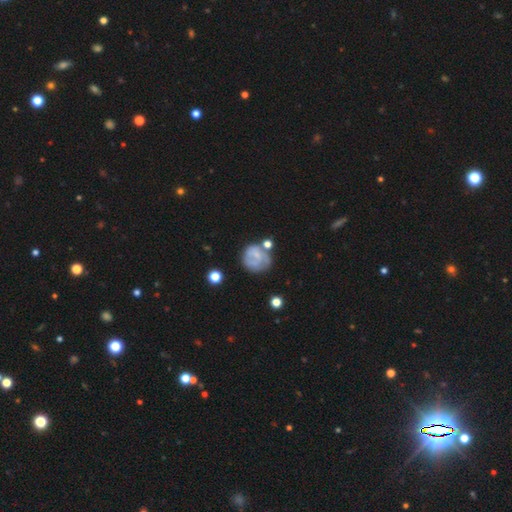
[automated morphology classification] The model was most divided on "smooth or featured": smooth: 48%, featured or disk: 42%, star or artifact: 10%. Remaining: merging — none (50%).